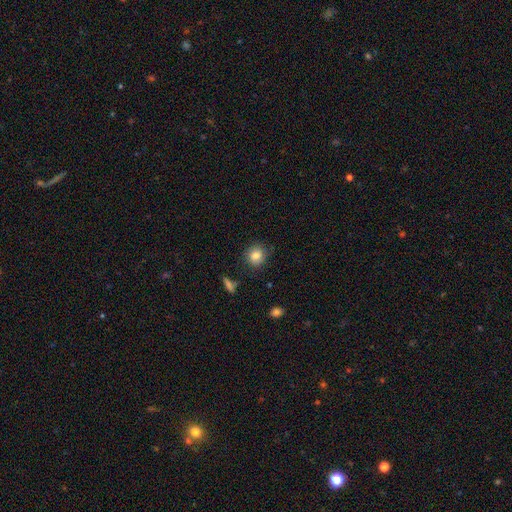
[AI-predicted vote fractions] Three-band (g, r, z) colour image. It shows a smooth galaxy with no disk features (83%) that is round (84%). Merging: none (84%).